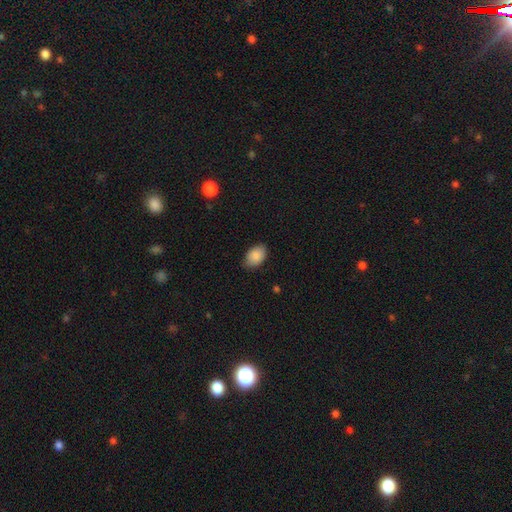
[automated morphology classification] smooth-or-featured: smooth: 89% | star or artifact: 7% | featured or disk: 4%
  how-rounded: in between: 88% | round: 10% | cigar-shaped: 1%
  merging: none: 83% | minor disturbance: 14% | major disturbance: 3% | merger: 1%